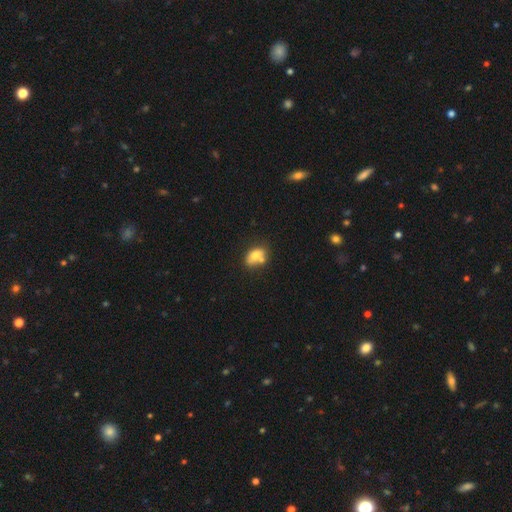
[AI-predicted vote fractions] This is likely a smooth galaxy (72%). How rounded: likely in between (79%). Merging: possibly none (45%).